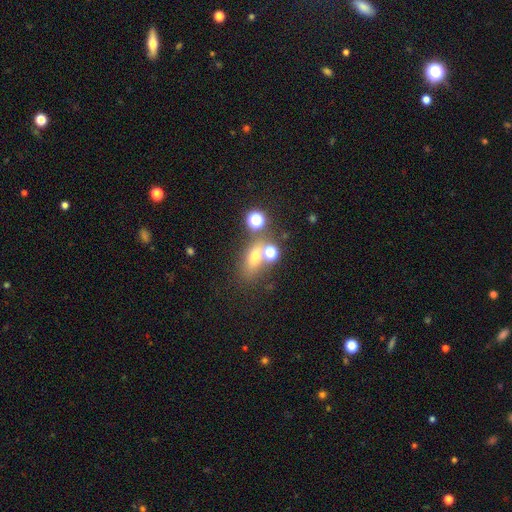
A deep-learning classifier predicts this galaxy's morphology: A smooth galaxy with no disk features (54%) that is in between round and cigar-shaped (56%).

Vote fractions:
- Smooth or featured? smooth: 54% / star or artifact: 26% / featured or disk: 20%
- How rounded? in between: 56% / round: 33% / cigar-shaped: 11%
- Merging? none: 53% / merger: 27% / minor disturbance: 12% / major disturbance: 8%